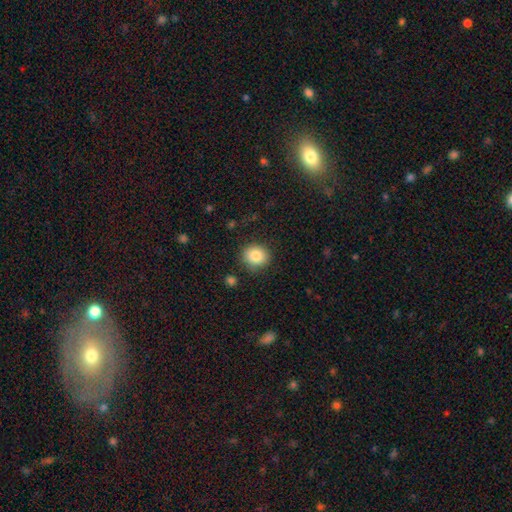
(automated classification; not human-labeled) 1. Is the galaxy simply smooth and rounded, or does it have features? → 85% smooth, 9% star or artifact, 6% featured or disk.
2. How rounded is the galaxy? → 82% round, 17% in between, 1% cigar-shaped.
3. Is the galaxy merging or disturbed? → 86% none, 9% minor disturbance, 3% major disturbance, 2% merger.